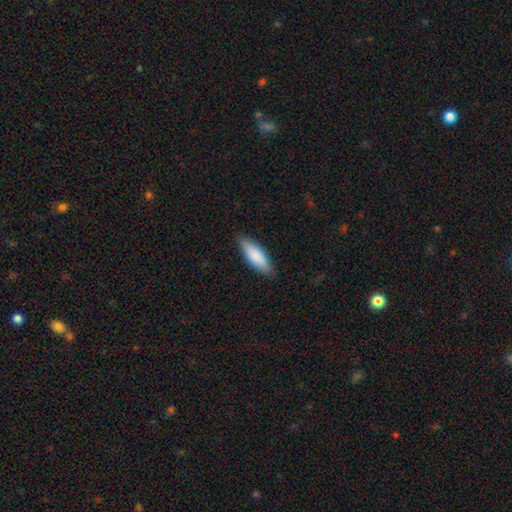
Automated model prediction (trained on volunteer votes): The model was most divided on "how rounded": in between: 56%, cigar-shaped: 42%, round: 2%. More confident: merging — none (85%); smooth or featured — smooth (84%).